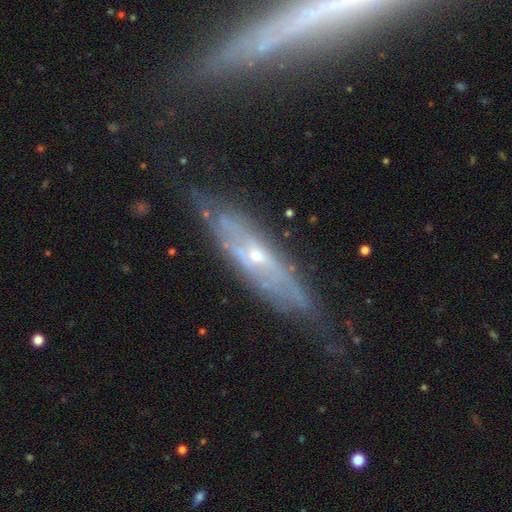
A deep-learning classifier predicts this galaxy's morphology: A featured or disk galaxy (76%).

Vote fractions:
- Smooth or featured? featured or disk: 76% / smooth: 16% / star or artifact: 8%
- Edge-on disk? no: 55% / yes: 45%
- Merging? none: 68% / minor disturbance: 21% / major disturbance: 8% / merger: 3%